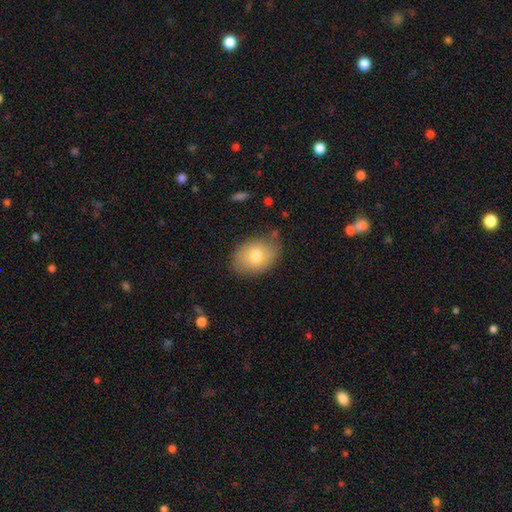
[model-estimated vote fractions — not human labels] smooth 74%, featured or disk 17%, star or artifact 8%. Down the decision tree: how rounded — in between (74%); merging — none (75%).